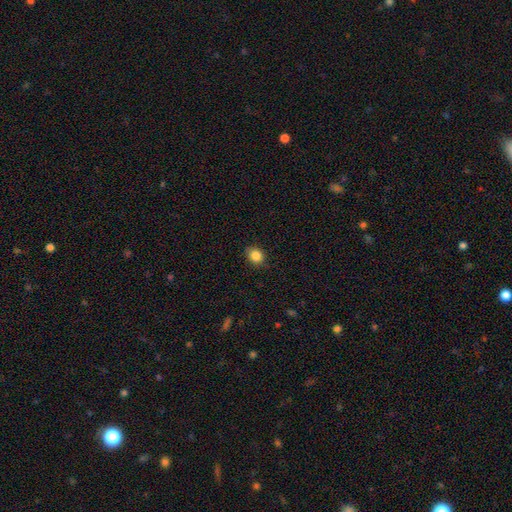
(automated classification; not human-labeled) Smooth or featured? Predicted: smooth (p=0.86). How rounded? Predicted: round (p=0.72). Merging? Predicted: none (p=0.85).